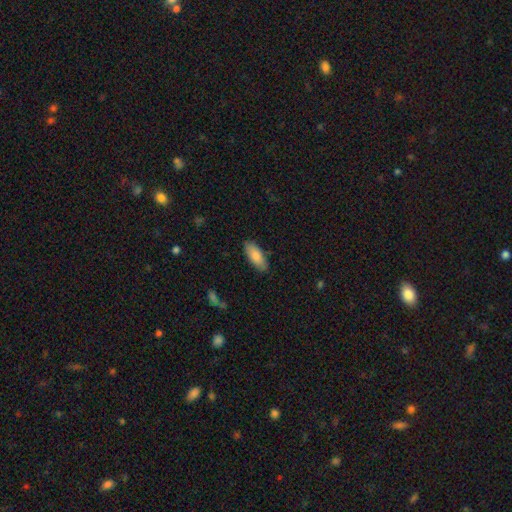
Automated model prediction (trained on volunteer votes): Smooth or featured? smooth (84%)
How rounded? in between (78%)
Merging? none (86%)